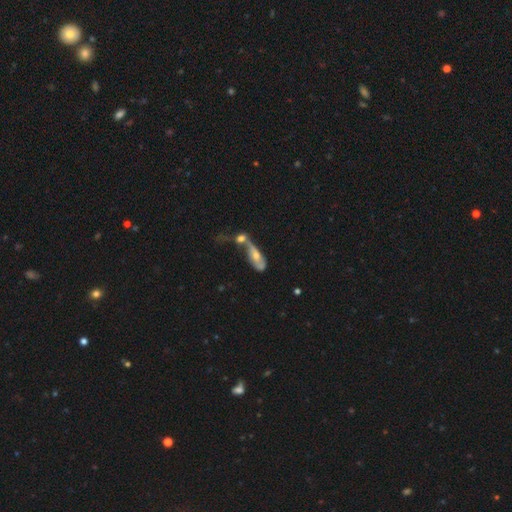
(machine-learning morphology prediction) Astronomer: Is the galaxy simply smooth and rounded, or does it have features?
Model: featured or disk — 48% (runner-up: smooth, 43%).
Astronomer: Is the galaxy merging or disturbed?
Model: merger — 66%.